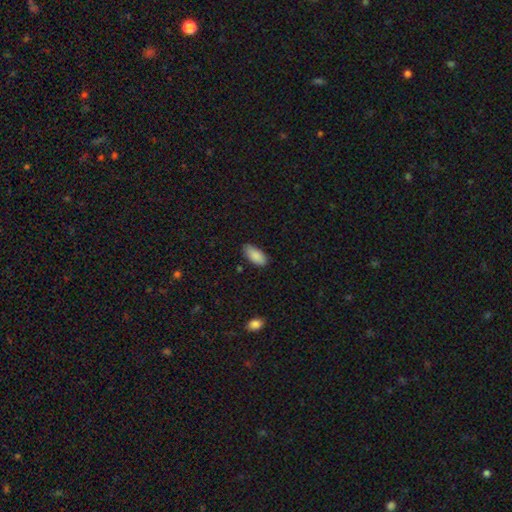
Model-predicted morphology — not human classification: type=smooth (88%); roundness=in between (89%); merging=none (81%).